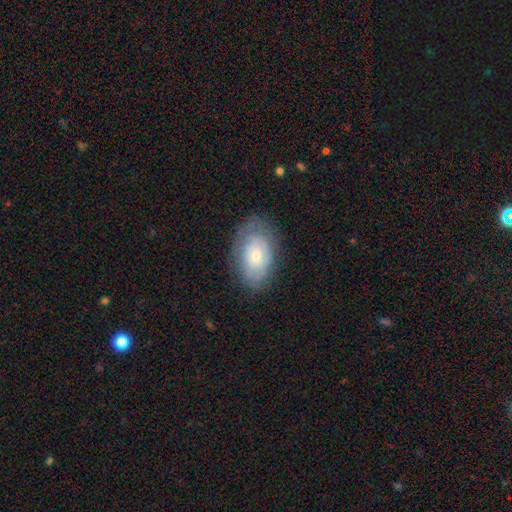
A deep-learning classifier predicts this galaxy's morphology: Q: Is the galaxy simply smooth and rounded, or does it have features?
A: smooth — 61%.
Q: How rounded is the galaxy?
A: in between — 90%.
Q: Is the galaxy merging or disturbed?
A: none — 75%.